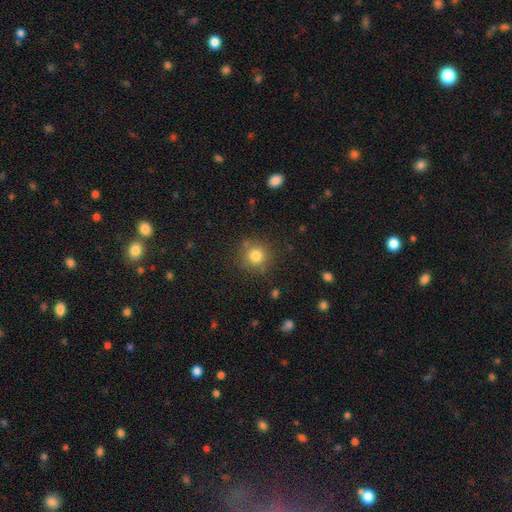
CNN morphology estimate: Smooth or featured: smooth — 80% (star or artifact — 12%)
How rounded: round — 93% (in between — 6%)
Merging: none — 82% (minor disturbance — 11%)